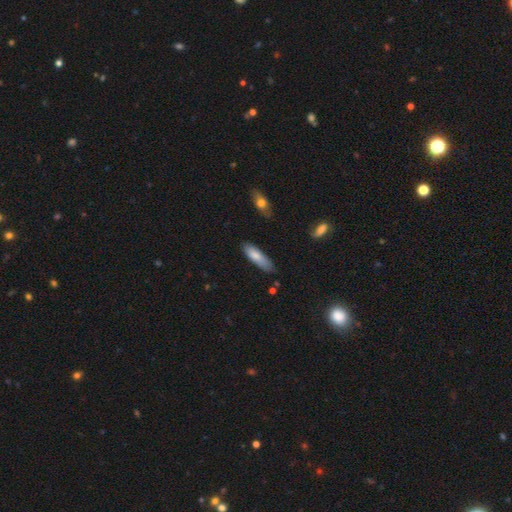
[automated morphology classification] The model was most divided on "how rounded": cigar-shaped: 58%, in between: 41%, round: 1%. More confident: smooth or featured — smooth (80%); merging — none (72%).